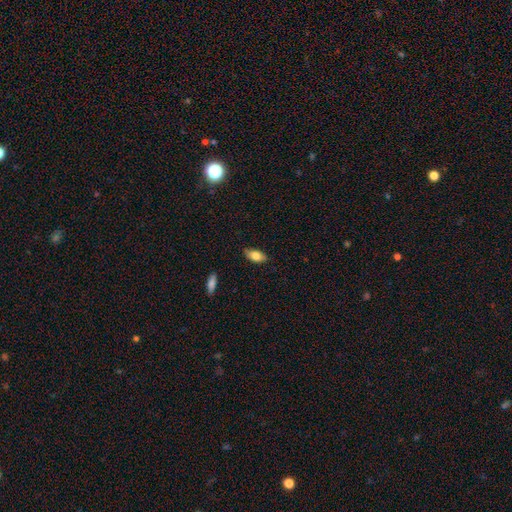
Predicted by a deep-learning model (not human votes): Morphology: type=smooth (80%); roundness=in between (90%); merging=none (82%).